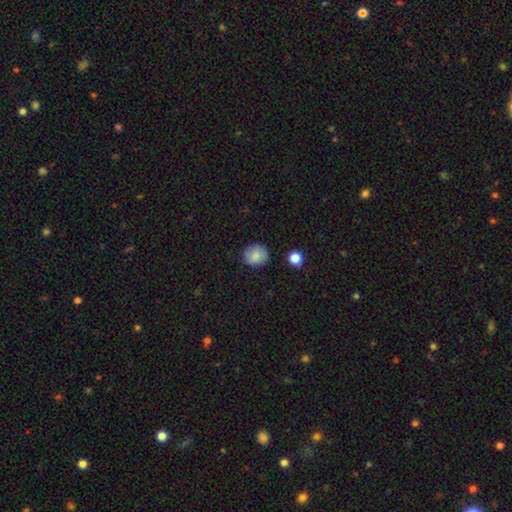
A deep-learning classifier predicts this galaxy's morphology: This appears to be a smooth galaxy with no disk features (84%) that is round (76%). Merging: none (82%).